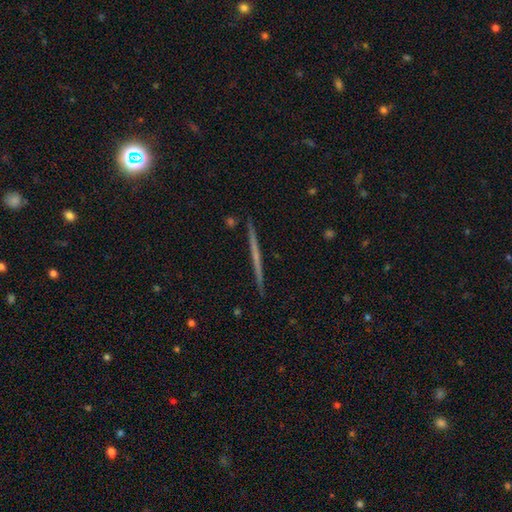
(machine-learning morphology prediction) A featured or disk galaxy (65%) viewed edge-on (98%) with no central bulge (84%).

Vote fractions:
- Smooth or featured? featured or disk: 65% / smooth: 28% / star or artifact: 7%
- Edge-on disk? yes: 98% / no: 2%
- Edge-on bulge? none: 84% / rounded: 11% / boxy: 4%
- Merging? none: 92% / minor disturbance: 5% / merger: 1% / major disturbance: 1%